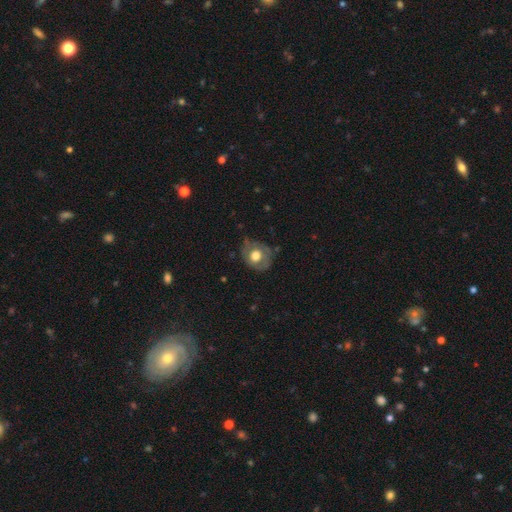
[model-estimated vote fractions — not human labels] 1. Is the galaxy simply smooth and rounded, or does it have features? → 53% smooth, 39% featured or disk, 8% star or artifact.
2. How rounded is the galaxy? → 72% round, 27% in between, 1% cigar-shaped.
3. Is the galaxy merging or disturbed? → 57% none, 28% minor disturbance, 13% major disturbance, 2% merger.